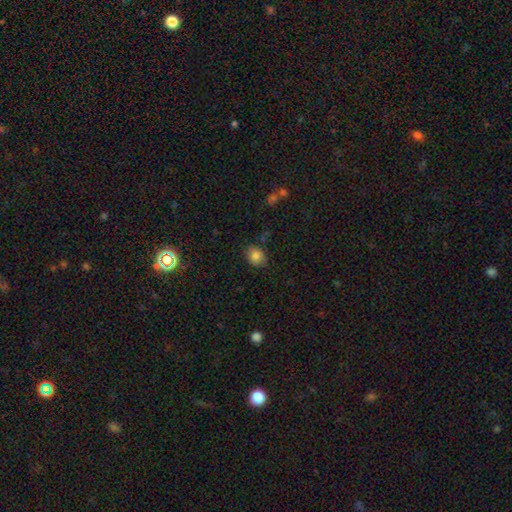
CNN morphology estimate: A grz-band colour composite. It shows a smooth galaxy with no disk features (83%) that is in between round and cigar-shaped (51%). Merging: none (82%).